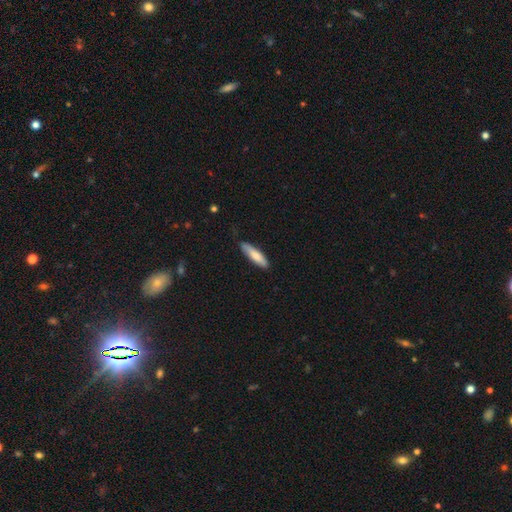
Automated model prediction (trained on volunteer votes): This is likely a smooth galaxy (79%). How rounded: likely cigar-shaped (69%). Merging: clearly none (81%).